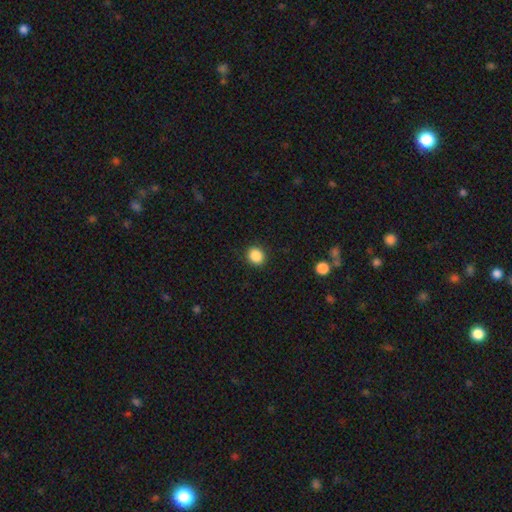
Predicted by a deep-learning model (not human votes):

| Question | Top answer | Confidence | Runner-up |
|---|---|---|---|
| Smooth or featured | smooth | 88% | star or artifact (10%) |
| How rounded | round | 79% | in between (20%) |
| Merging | none | 90% | minor disturbance (7%) |